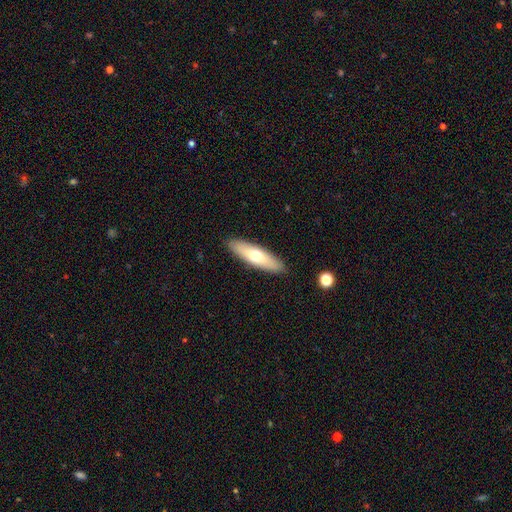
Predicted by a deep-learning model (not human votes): This is likely a smooth galaxy (61%). How rounded: likely cigar-shaped (64%). Merging: clearly none (90%).